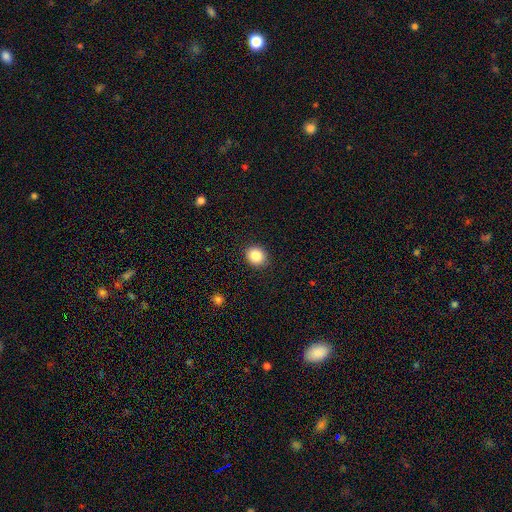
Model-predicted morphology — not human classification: Smooth or featured: smooth — 85% (star or artifact — 9%)
How rounded: round — 80% (in between — 19%)
Merging: none — 91% (minor disturbance — 6%)